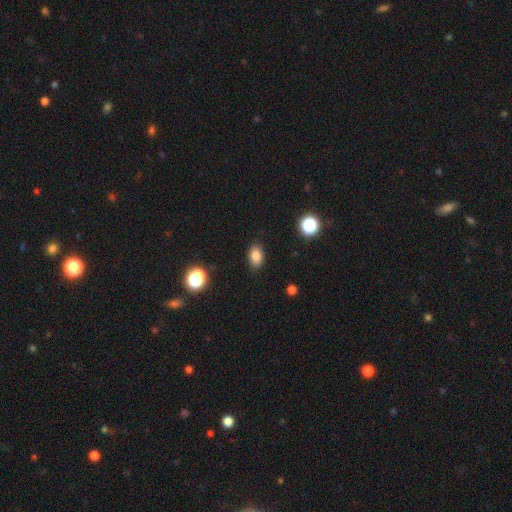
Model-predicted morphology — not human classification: smooth-or-featured: smooth: 83% | star or artifact: 11% | featured or disk: 6%
  how-rounded: in between: 83% | round: 15% | cigar-shaped: 1%
  merging: none: 86% | minor disturbance: 10% | major disturbance: 3% | merger: 1%